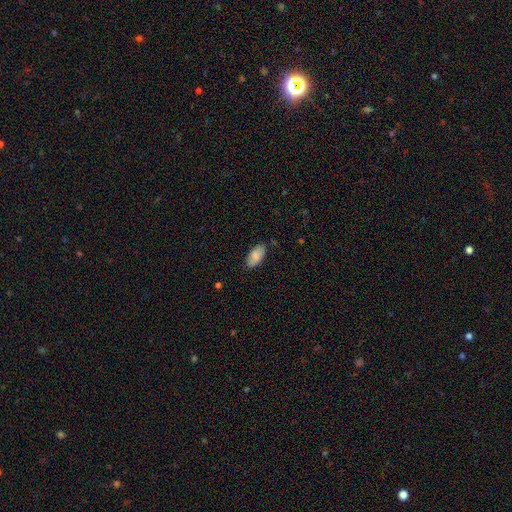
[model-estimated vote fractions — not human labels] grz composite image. It shows a smooth galaxy with no disk features (84%) that is in between round and cigar-shaped (94%). Merging: none (79%).